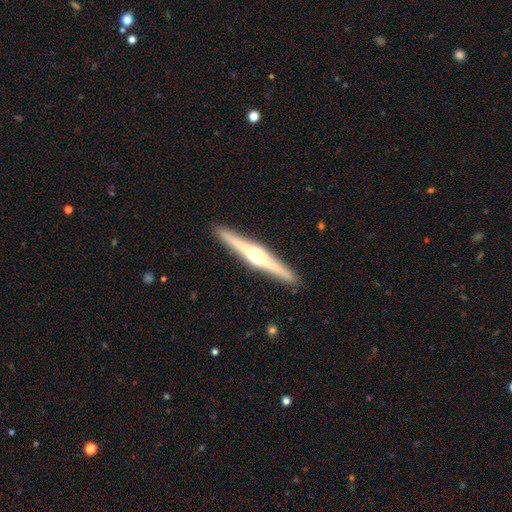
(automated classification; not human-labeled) featured or disk 77%, smooth 18%, star or artifact 5%. Down the decision tree: edge-on disk — yes (98%); edge-on bulge — rounded (83%); merging — none (92%).